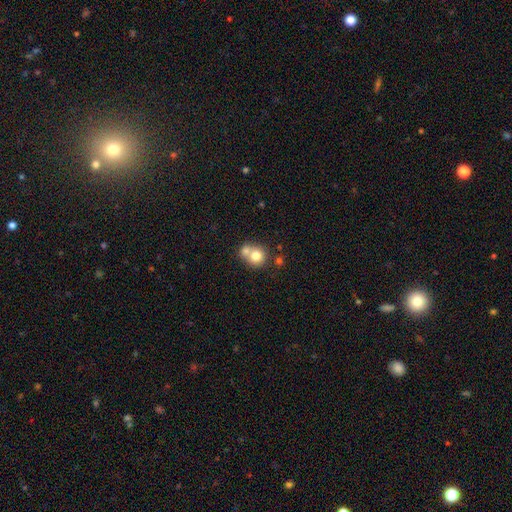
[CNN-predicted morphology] smooth_or_featured: smooth (p=0.75) [alt: featured or disk p=0.16]
how_rounded: round (p=0.83) [alt: in between p=0.16]
merging: merger (p=0.54) [alt: none p=0.36]